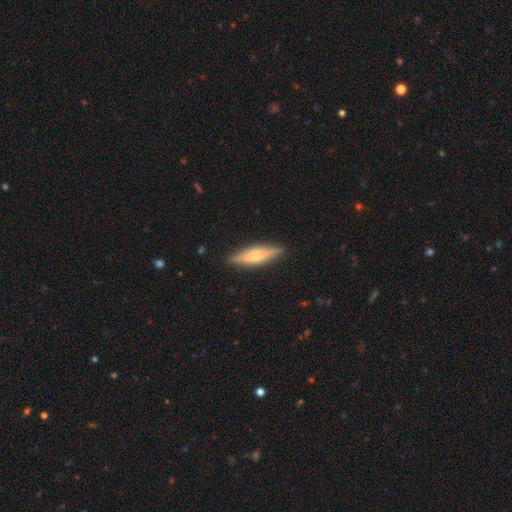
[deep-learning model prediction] smooth_or_featured: featured or disk (p=0.53) [alt: smooth p=0.41]
disk_edge_on: yes (p=0.93) [alt: no p=0.07]
merging: none (p=0.87) [alt: minor disturbance p=0.09]